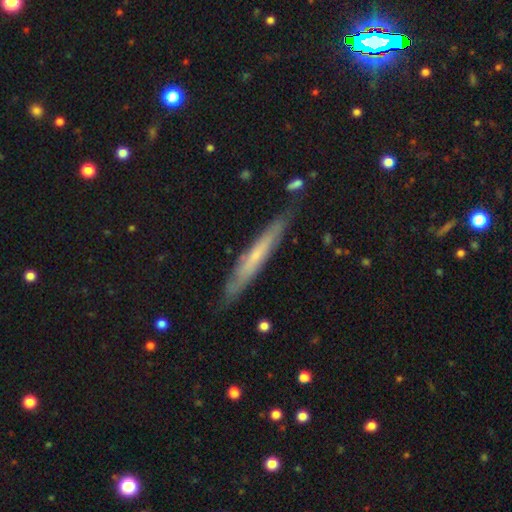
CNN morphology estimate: Q: Smooth or featured?
A: featured or disk (53%); runner-up: smooth (41%)
Q: Edge-on disk?
A: yes (84%); runner-up: no (16%)
Q: Merging?
A: none (81%); runner-up: minor disturbance (15%)